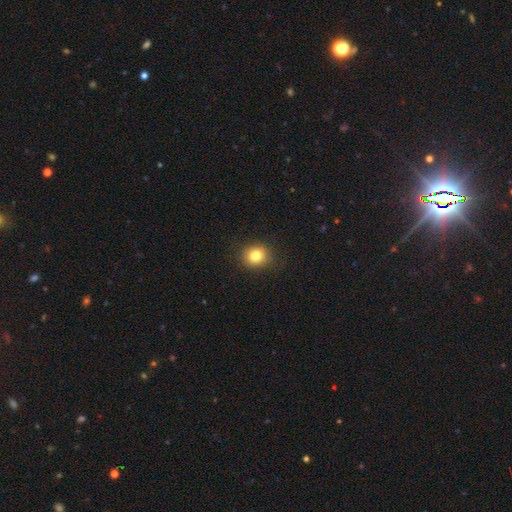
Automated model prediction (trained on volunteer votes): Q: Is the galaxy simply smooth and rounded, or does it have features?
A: smooth — 82%.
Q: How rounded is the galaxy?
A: round — 80%.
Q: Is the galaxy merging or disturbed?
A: none — 88%.